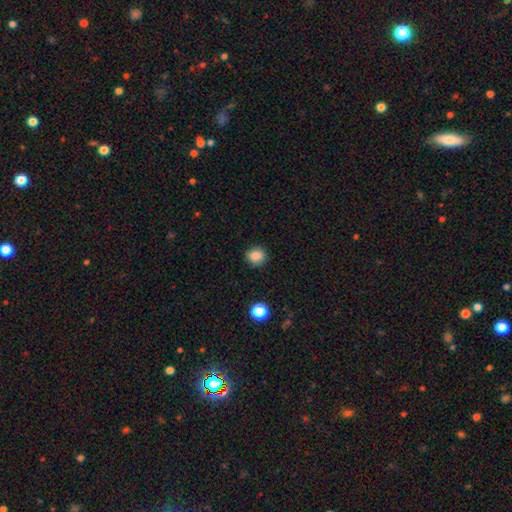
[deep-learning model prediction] A smooth galaxy with no disk features (86%) that is round (85%). Merging: none (89%).